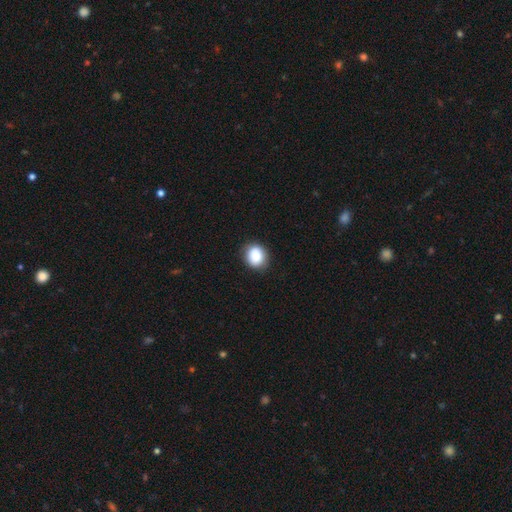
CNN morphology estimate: This is clearly a smooth galaxy (84%). How rounded: likely round (73%). Merging: clearly none (82%).